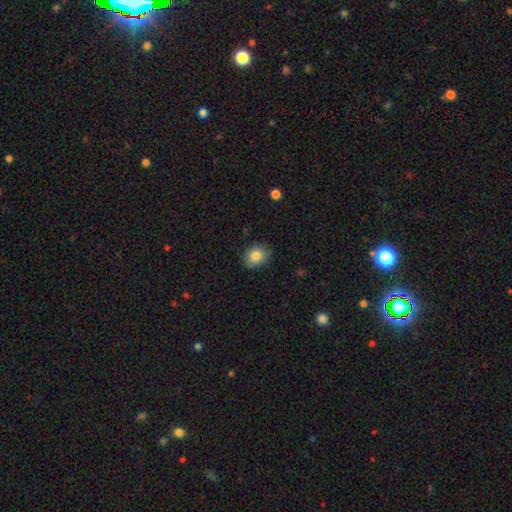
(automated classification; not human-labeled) smooth_or_featured: smooth (p=0.84) [alt: star or artifact p=0.09]
how_rounded: round (p=0.51) [alt: in between p=0.48]
merging: none (p=0.83) [alt: minor disturbance p=0.13]